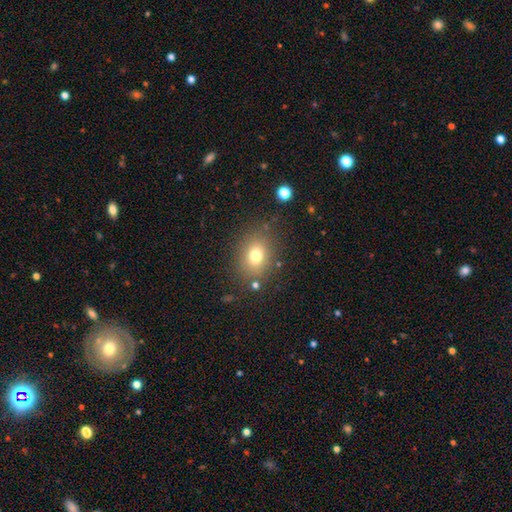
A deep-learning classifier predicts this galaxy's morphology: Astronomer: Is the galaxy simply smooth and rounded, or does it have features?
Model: smooth — 75%.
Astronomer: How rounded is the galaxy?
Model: in between — 51% (runner-up: round, 48%).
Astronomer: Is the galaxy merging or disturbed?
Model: none — 81%.